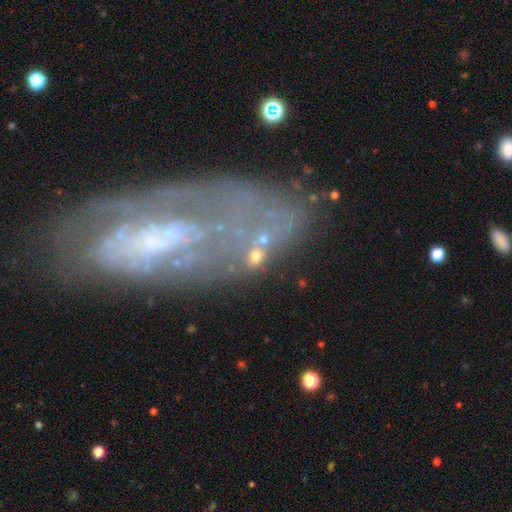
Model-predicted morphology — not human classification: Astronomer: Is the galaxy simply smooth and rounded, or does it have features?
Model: smooth — 36% (runner-up: featured or disk, 32%).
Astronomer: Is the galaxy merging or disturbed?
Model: none — 46% (runner-up: merger, 23%).